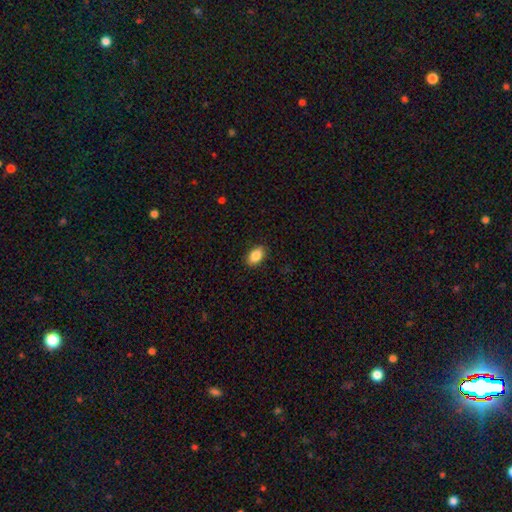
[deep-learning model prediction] The model was most divided on "smooth or featured": smooth: 87%, star or artifact: 8%, featured or disk: 5%. More confident: how rounded — in between (89%); merging — none (89%).